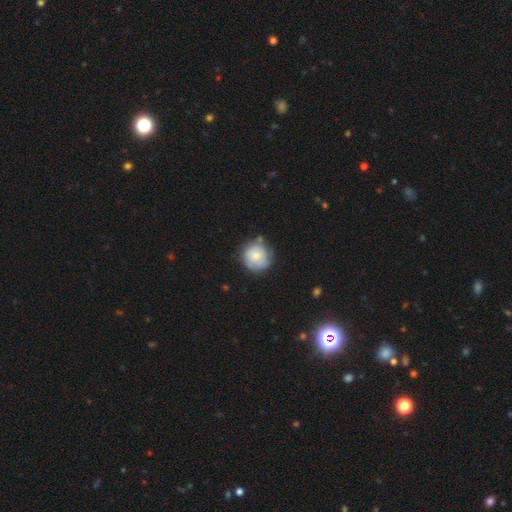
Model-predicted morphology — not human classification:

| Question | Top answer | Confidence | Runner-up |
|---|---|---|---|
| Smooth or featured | smooth | 71% | featured or disk (22%) |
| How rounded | round | 90% | in between (9%) |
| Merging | none | 66% | minor disturbance (23%) |